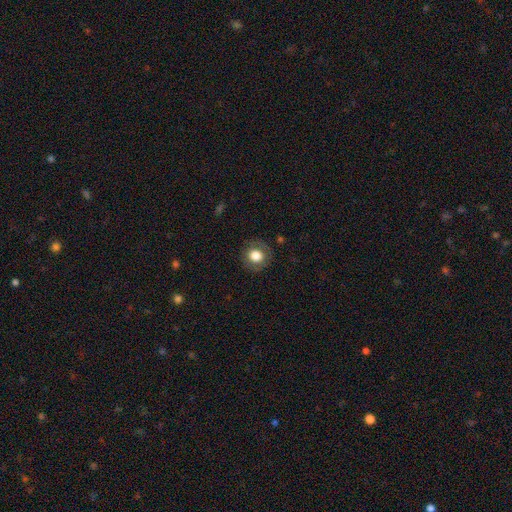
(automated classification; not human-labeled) Smooth or featured? Predicted: smooth (p=0.76). How rounded? Predicted: round (p=0.88). Merging? Predicted: none (p=0.85).